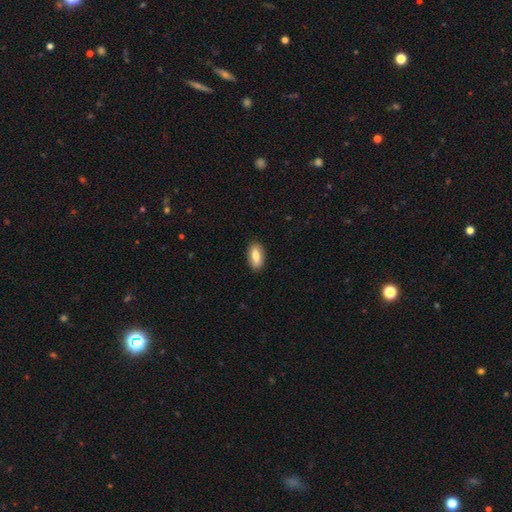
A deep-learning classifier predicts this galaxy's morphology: A smooth galaxy with no disk features (77%) that is in between round and cigar-shaped (86%). Merging: none (88%).